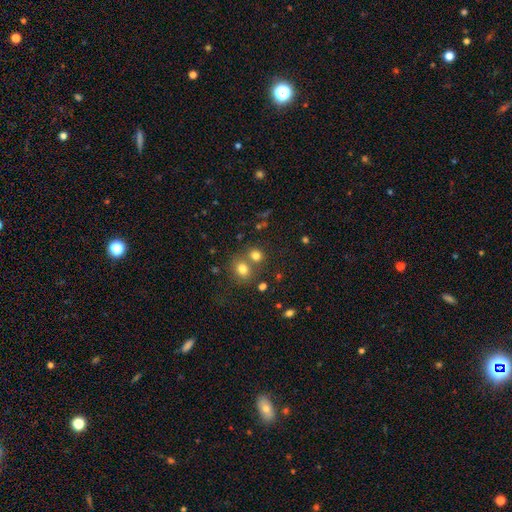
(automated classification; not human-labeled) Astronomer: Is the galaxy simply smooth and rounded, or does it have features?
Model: smooth — 76%.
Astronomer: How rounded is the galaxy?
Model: round — 73%.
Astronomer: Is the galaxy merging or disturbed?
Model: none — 55% (runner-up: merger, 33%).